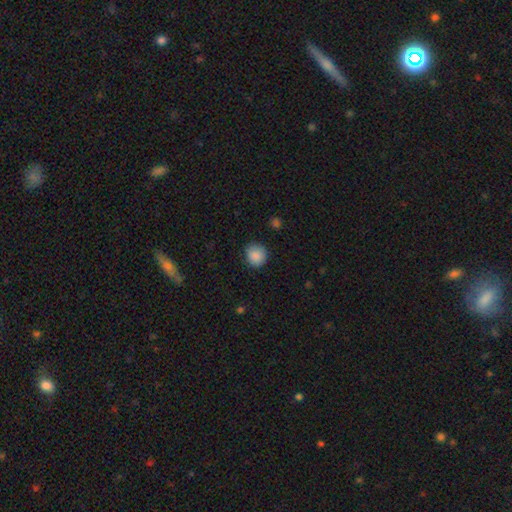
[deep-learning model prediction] A smooth galaxy with no disk features (88%) that is round (86%).

Vote fractions:
- Smooth or featured? smooth: 88% / star or artifact: 8% / featured or disk: 3%
- How rounded? round: 86% / in between: 13% / cigar-shaped: 1%
- Merging? none: 86% / minor disturbance: 11% / major disturbance: 2% / merger: 1%